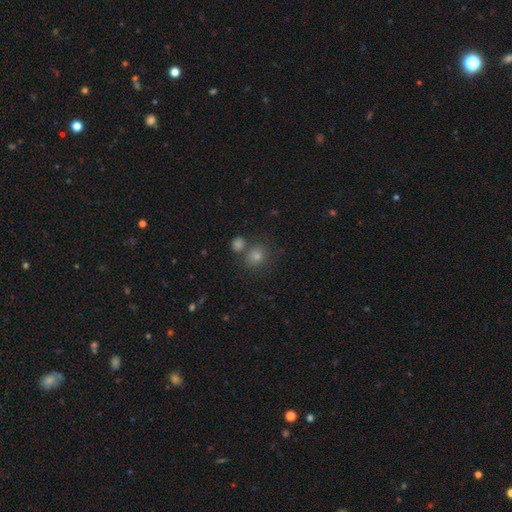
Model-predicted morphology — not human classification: type=smooth (61%); roundness=round (88%); merging=none (70%).